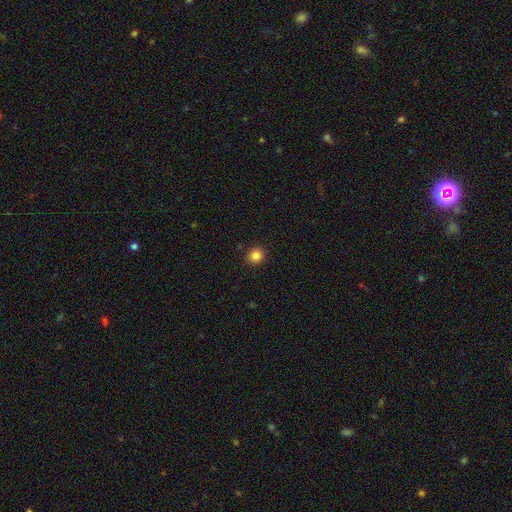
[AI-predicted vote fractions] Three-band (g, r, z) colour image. It shows a smooth galaxy with no disk features (85%) that is round (85%). Merging: none (91%).